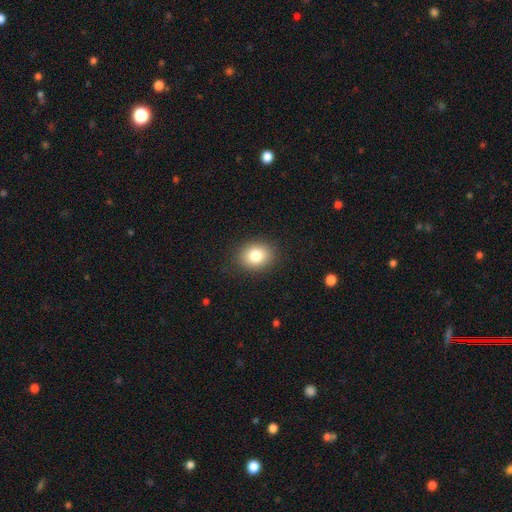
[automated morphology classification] The model was most divided on "how rounded": round: 53%, in between: 46%, cigar-shaped: 1%. More confident: merging — none (88%); smooth or featured — smooth (82%).